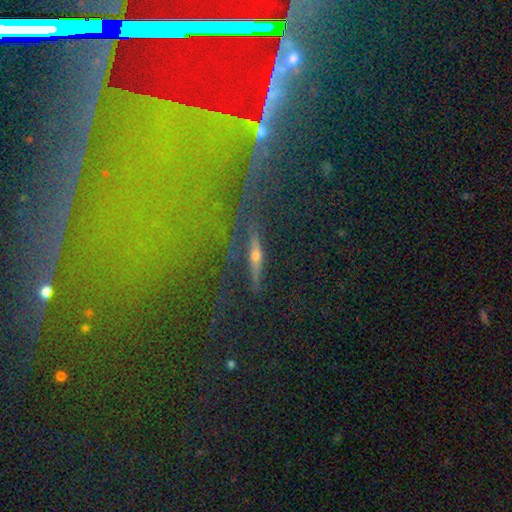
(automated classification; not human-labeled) smooth-or-featured: featured or disk: 48% | star or artifact: 32% | smooth: 20%
  merging: none: 80% | minor disturbance: 10% | major disturbance: 5% | merger: 5%